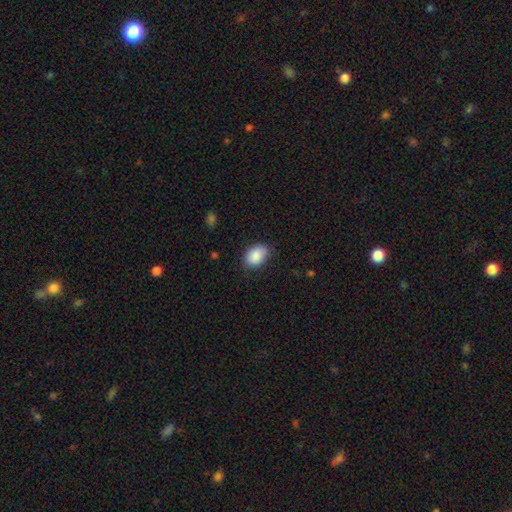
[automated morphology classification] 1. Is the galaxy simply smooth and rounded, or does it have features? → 89% smooth, 7% star or artifact, 4% featured or disk.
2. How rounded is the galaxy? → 84% in between, 15% round, 1% cigar-shaped.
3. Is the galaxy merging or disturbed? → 80% none, 16% minor disturbance, 3% major disturbance, 1% merger.